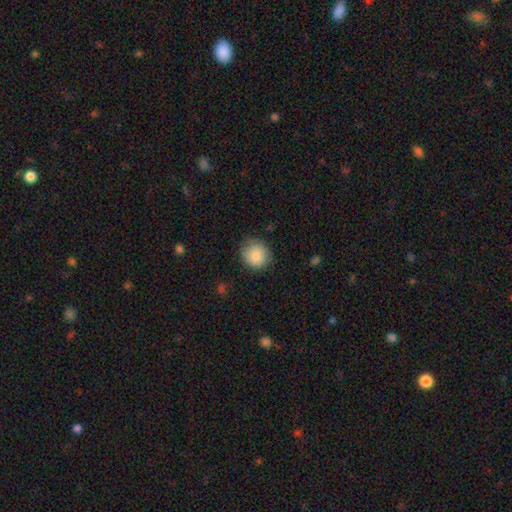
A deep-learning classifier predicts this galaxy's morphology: smooth-or-featured: smooth: 87% | star or artifact: 8% | featured or disk: 6%
  how-rounded: round: 83% | in between: 16% | cigar-shaped: 1%
  merging: none: 76% | minor disturbance: 18% | major disturbance: 4% | merger: 1%